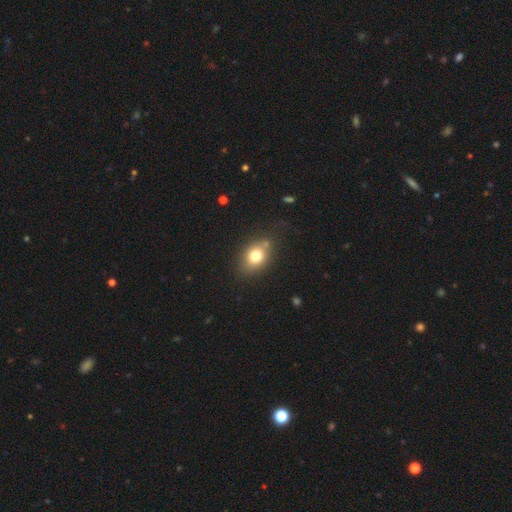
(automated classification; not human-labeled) Morphology: type=smooth (76%); roundness=in between (65%); merging=none (71%).